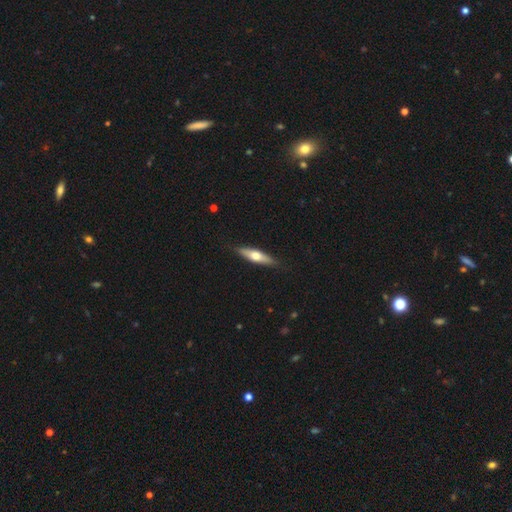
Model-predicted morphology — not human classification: Smooth or featured?
  - smooth: 51% *
  - featured or disk: 44%
  - star or artifact: 5%
How rounded?
  - cigar-shaped: 69% *
  - in between: 29%
  - round: 2%
Merging?
  - none: 87% *
  - minor disturbance: 10%
  - major disturbance: 2%
  - merger: 1%